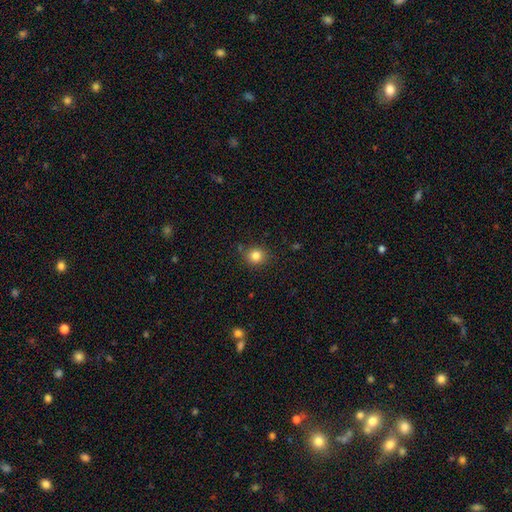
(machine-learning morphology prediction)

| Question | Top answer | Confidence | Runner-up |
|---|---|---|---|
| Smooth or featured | smooth | 83% | star or artifact (12%) |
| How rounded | round | 85% | in between (14%) |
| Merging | none | 83% | minor disturbance (12%) |